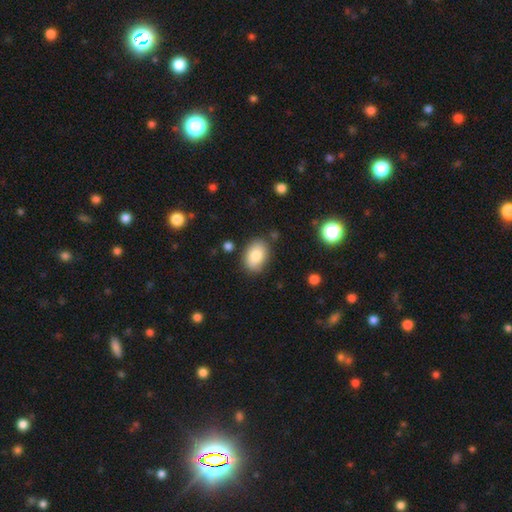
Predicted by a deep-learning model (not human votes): smooth_or_featured: smooth (p=0.82) [alt: featured or disk p=0.10]
how_rounded: in between (p=0.83) [alt: round p=0.16]
merging: none (p=0.82) [alt: minor disturbance p=0.12]